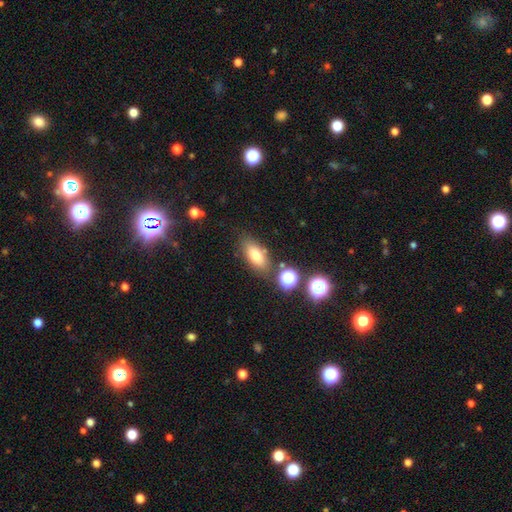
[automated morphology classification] type=smooth (76%); roundness=in between (81%); merging=none (78%).